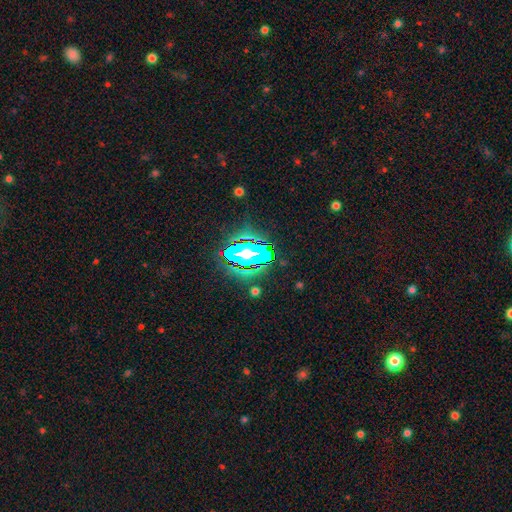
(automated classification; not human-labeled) smooth-or-featured: star or artifact: 60% | smooth: 21% | featured or disk: 19%